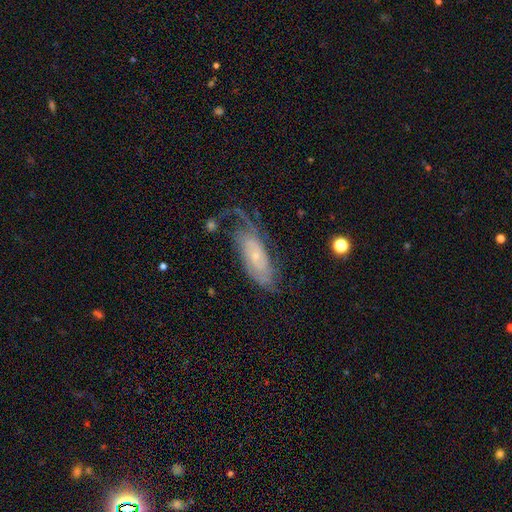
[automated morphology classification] This is likely a featured or disk galaxy (75%). It is clearly not viewed edge-on (90%). Bar: likely no (68%). Spiral arm pattern: clearly yes (90%). Spiral arm count: marginally can't tell (37%). Spiral winding: possibly tight (47%). Central bulge: likely small (75%). Merging: marginally none (43%).